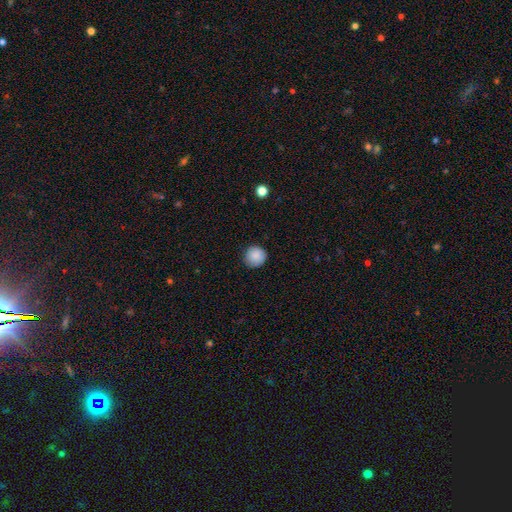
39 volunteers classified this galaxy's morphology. smooth 87%, star or artifact 8%, featured or disk 5%. Down the decision tree: how rounded — round (100%); merging — none (86%).